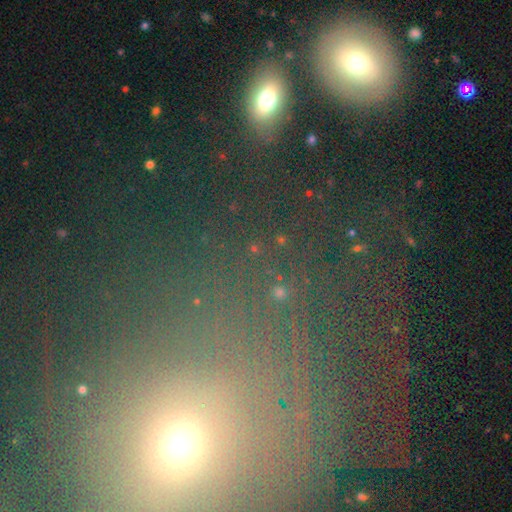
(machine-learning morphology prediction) Smooth or featured? Predicted: smooth (p=0.50). How rounded? Predicted: round (p=0.49). Merging? Predicted: none (p=0.72).